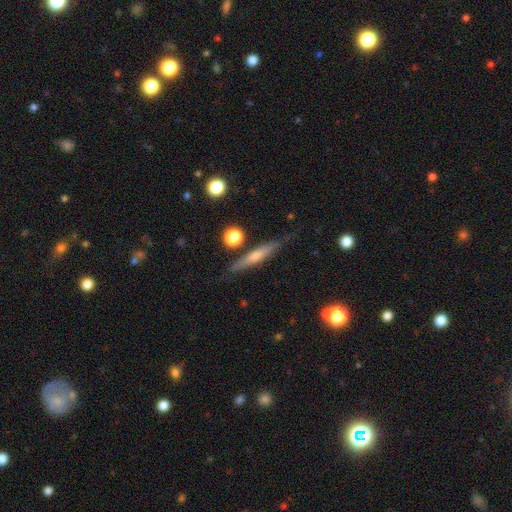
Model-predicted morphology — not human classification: A featured or disk galaxy (55%) viewed edge-on (93%) with a rounded central bulge (62%).

Vote fractions:
- Smooth or featured? featured or disk: 55% / smooth: 38% / star or artifact: 7%
- Edge-on disk? yes: 93% / no: 7%
- Edge-on bulge? rounded: 62% / none: 30% / boxy: 7%
- Merging? none: 82% / minor disturbance: 12% / merger: 3% / major disturbance: 3%